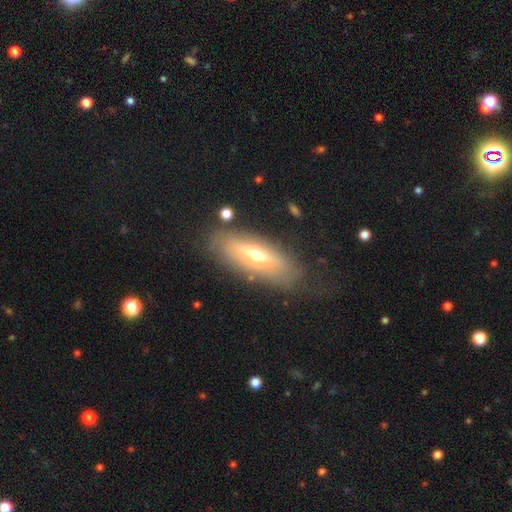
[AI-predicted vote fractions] Smooth or featured?
  - smooth: 50% *
  - featured or disk: 42%
  - star or artifact: 8%
Merging?
  - none: 72% *
  - minor disturbance: 17%
  - major disturbance: 8%
  - merger: 3%